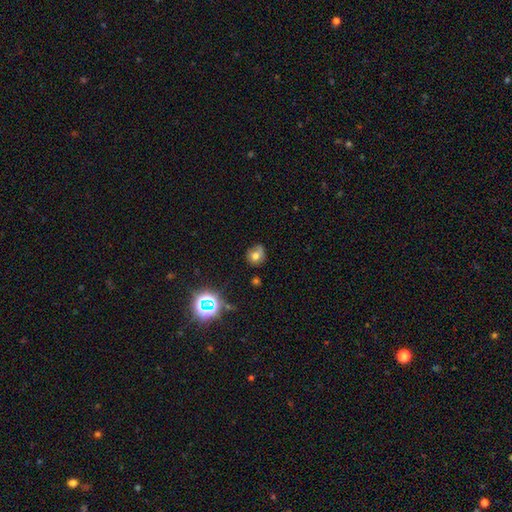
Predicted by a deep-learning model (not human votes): A smooth galaxy with no disk features (67%) that is round (77%). Merging: none (53%).